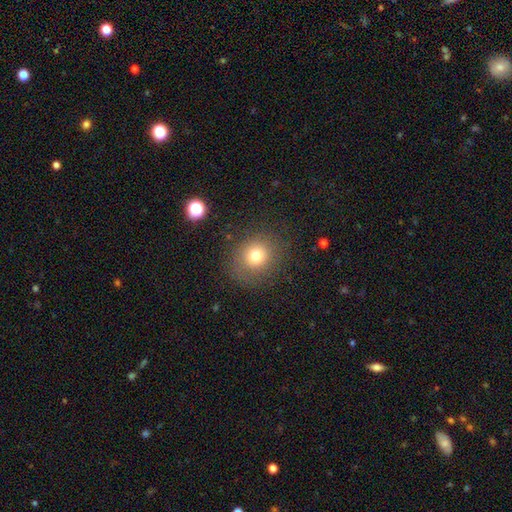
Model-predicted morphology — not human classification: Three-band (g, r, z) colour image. It shows a smooth galaxy with no disk features (74%) that is round (81%). Merging: none (82%).